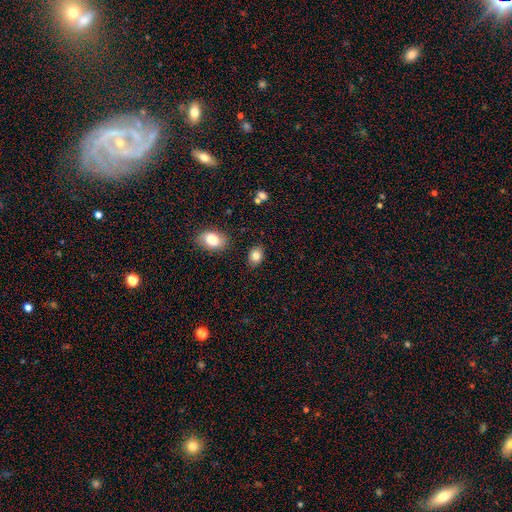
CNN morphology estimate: A smooth galaxy with no disk features (84%) that is in between round and cigar-shaped (68%). Merging: none (84%).